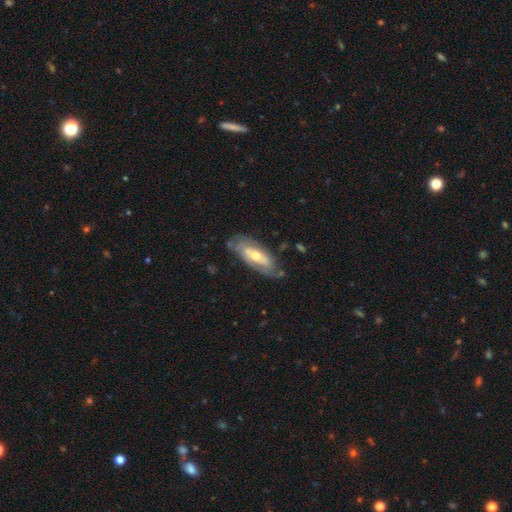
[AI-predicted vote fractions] A featured or disk galaxy (64%) with no bar (64%), spiral arms (57%) and a moderate central bulge (67%).

Vote fractions:
- Smooth or featured? featured or disk: 64% / smooth: 30% / star or artifact: 5%
- Edge-on disk? no: 81% / yes: 19%
- Bar? no: 64% / weak: 25% / strong: 12%
- Spiral arms? yes: 57% / no: 43%
- Bulge size? moderate: 67% / small: 24% / large: 7% / none: 1% / dominant: 1%
- Merging? none: 69% / minor disturbance: 22% / major disturbance: 7% / merger: 2%